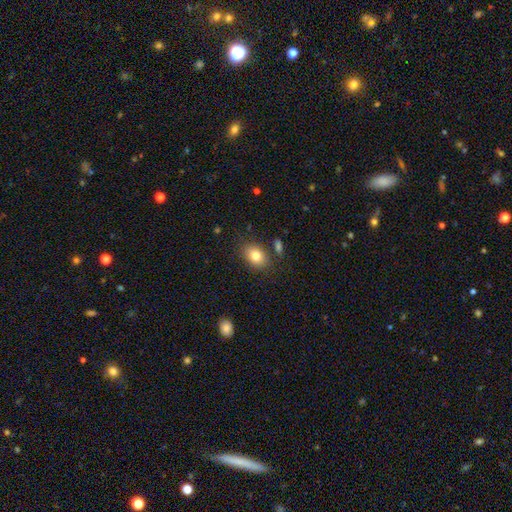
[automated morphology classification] A smooth galaxy with no disk features (82%) that is in between round and cigar-shaped (72%). Merging: none (80%).